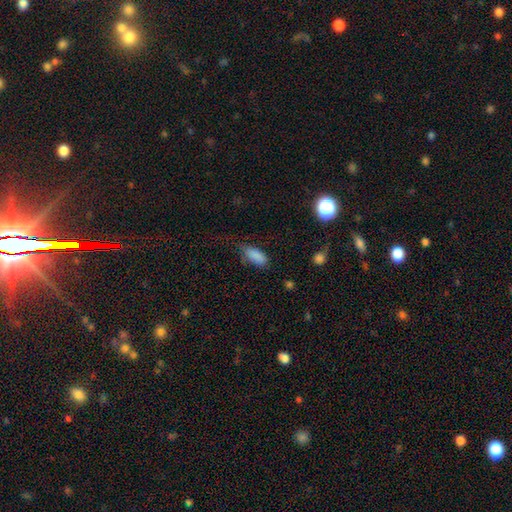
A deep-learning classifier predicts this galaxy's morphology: The model was most divided on "merging": none: 61%, minor disturbance: 28%, major disturbance: 8%, merger: 2%. More confident: smooth or featured — smooth (86%); how rounded — in between (86%).